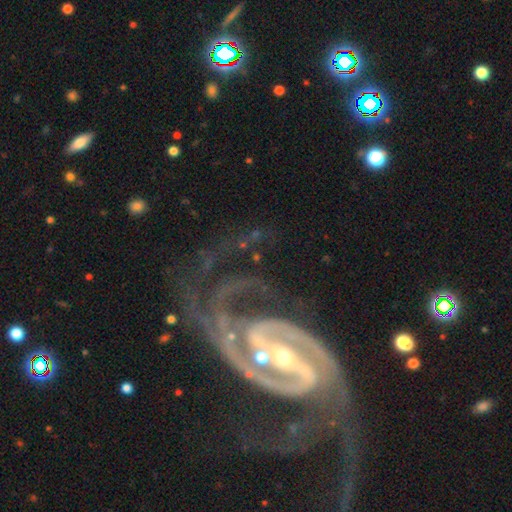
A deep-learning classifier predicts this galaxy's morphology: A featured or disk galaxy (93%) with a strong bar (55%), 2 (63%) medium (49%) spiral arms (99%) and a small central bulge (61%).

Vote fractions:
- Smooth or featured? featured or disk: 93% / star or artifact: 4% / smooth: 2%
- Edge-on disk? no: 98% / yes: 2%
- Bar? strong: 55% / weak: 30% / no: 15%
- Spiral arms? yes: 99% / no: 1%
- Spiral winding? medium: 49% / tight: 37% / loose: 14%
- Spiral arm count? 2: 63% / 3: 13% / can't tell: 7% / 4: 6% / more than 4: 6% / 1: 6%
- Bulge size? small: 61% / moderate: 35% / large: 2% / none: 1% / dominant: 1%
- Merging? none: 52% / major disturbance: 25% / minor disturbance: 18% / merger: 5%